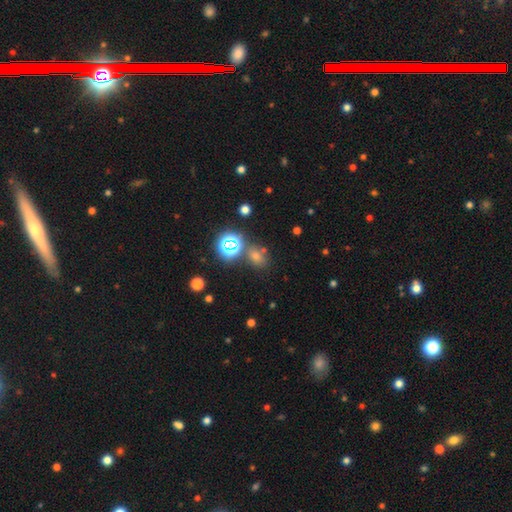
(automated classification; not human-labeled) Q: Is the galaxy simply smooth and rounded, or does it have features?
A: star or artifact — 50%.